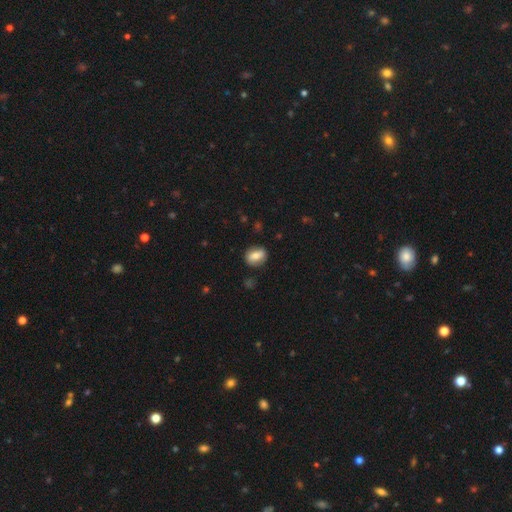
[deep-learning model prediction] This is likely a smooth galaxy (75%). How rounded: likely in between (66%). Merging: clearly none (82%).